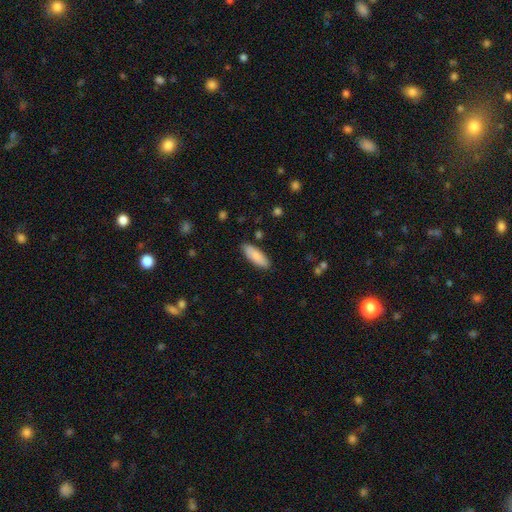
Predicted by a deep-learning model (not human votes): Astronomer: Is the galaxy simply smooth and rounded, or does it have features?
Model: smooth — 86%.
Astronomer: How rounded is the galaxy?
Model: in between — 67%.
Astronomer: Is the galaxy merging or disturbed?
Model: none — 87%.